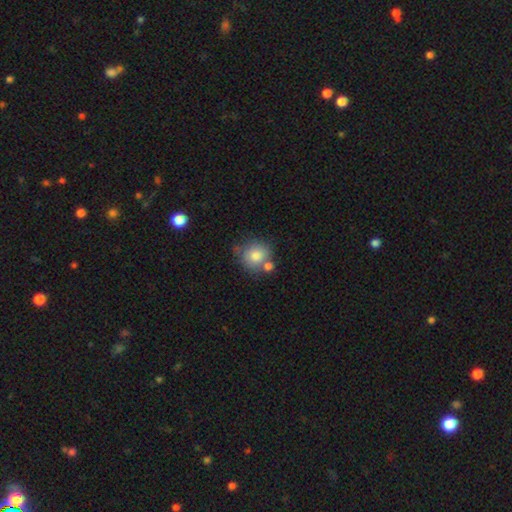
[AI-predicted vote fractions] smooth-or-featured: smooth: 79% | featured or disk: 11% | star or artifact: 9%
  how-rounded: round: 87% | in between: 12% | cigar-shaped: 1%
  merging: none: 59% | merger: 22% | minor disturbance: 15% | major disturbance: 4%